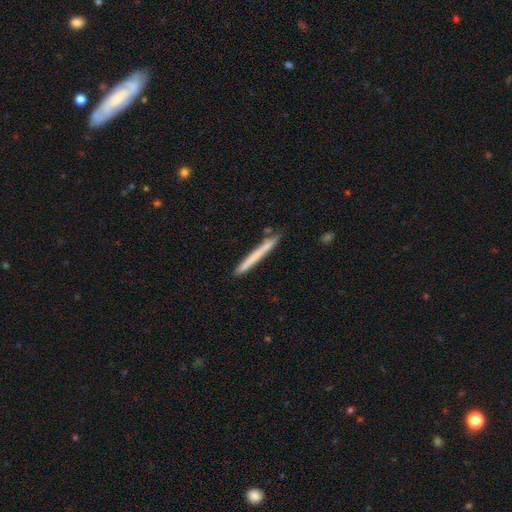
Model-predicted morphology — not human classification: This is likely a smooth galaxy (62%). How rounded: clearly cigar-shaped (97%). Merging: clearly none (87%).